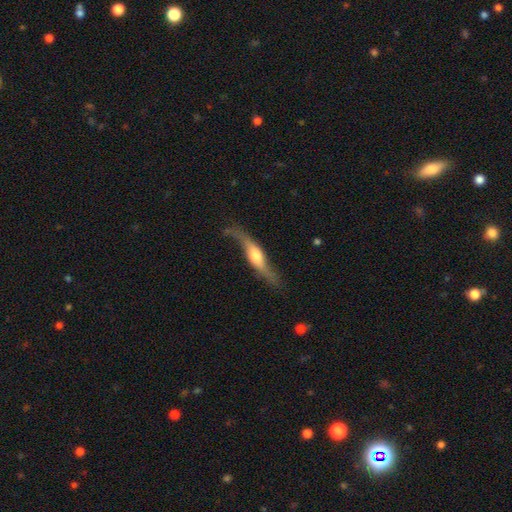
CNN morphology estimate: smooth-or-featured: featured or disk: 73% | smooth: 22% | star or artifact: 5%
  disk-edge-on: yes: 60% | no: 40%
  merging: none: 60% | minor disturbance: 24% | major disturbance: 13% | merger: 3%